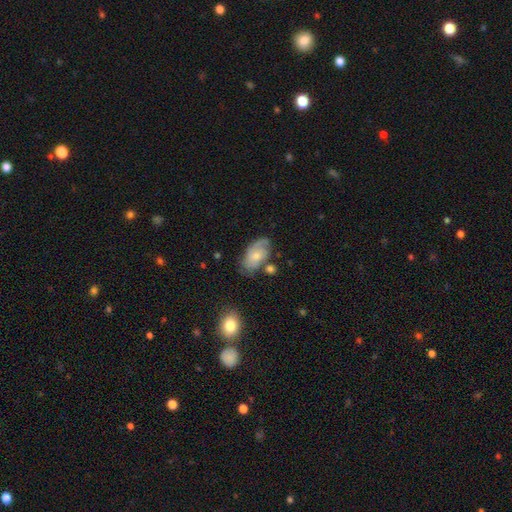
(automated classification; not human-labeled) This is possibly a smooth galaxy (47%). Merging: possibly none (56%).